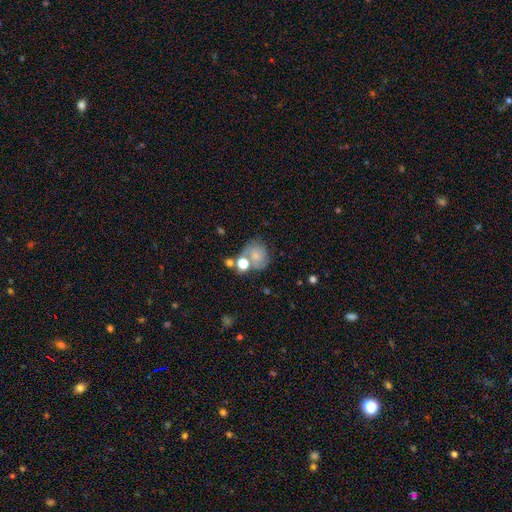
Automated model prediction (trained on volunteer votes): This appears to be a smooth galaxy with no disk features (66%) that is round (69%). Merging: none (44%).